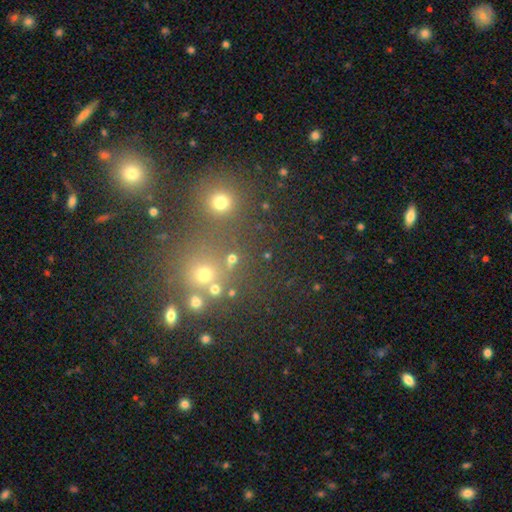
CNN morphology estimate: smooth_or_featured: star or artifact (p=0.51) [alt: smooth p=0.38]